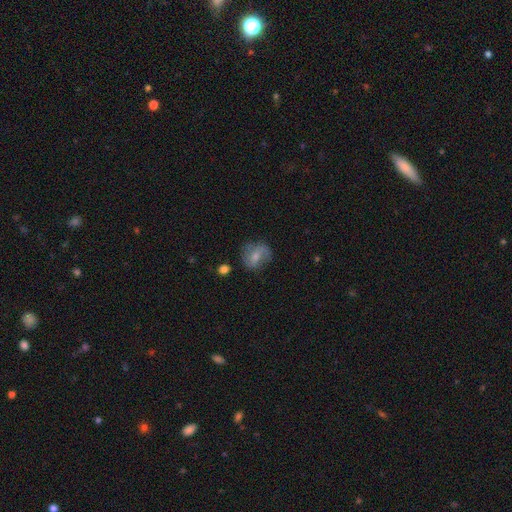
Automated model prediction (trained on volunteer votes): smooth 54%, featured or disk 37%, star or artifact 9%. Down the decision tree: how rounded — round (58%); merging — none (62%).